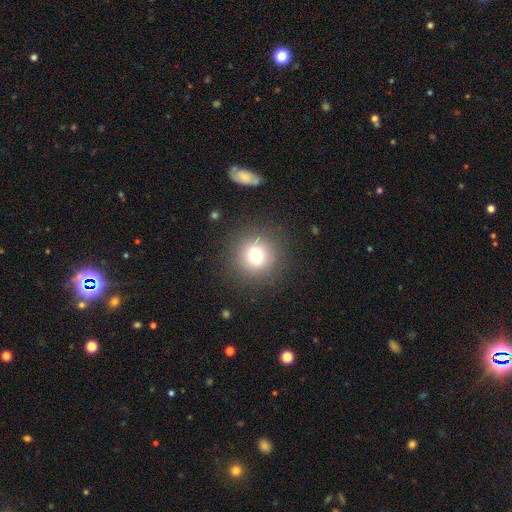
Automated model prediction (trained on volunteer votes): The model was most divided on "smooth or featured": smooth: 74%, star or artifact: 14%, featured or disk: 12%. More confident: how rounded — round (90%); merging — none (88%).